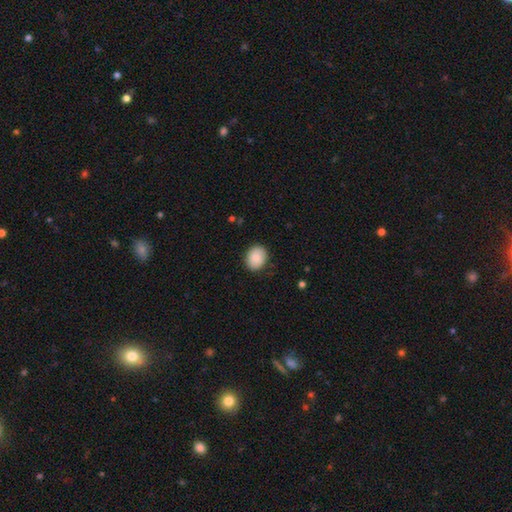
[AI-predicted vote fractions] smooth 87%, star or artifact 7%, featured or disk 6%. Down the decision tree: how rounded — round (52%); merging — none (87%).